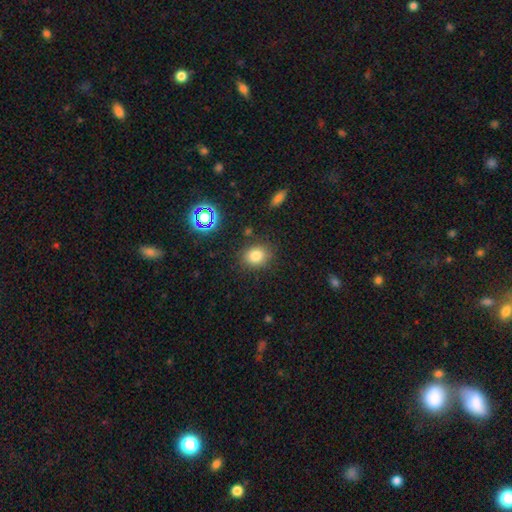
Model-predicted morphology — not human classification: Smooth or featured: smooth — 79% (star or artifact — 14%)
How rounded: round — 53% (in between — 46%)
Merging: none — 82% (minor disturbance — 12%)